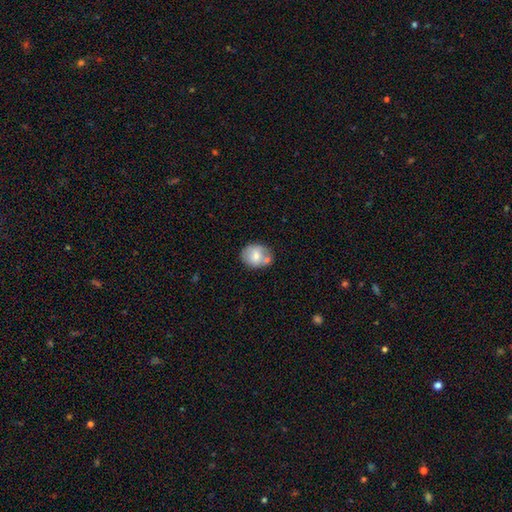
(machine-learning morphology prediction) This appears to be a smooth galaxy with no disk features (66%) that is round (57%). Merging: none (57%).